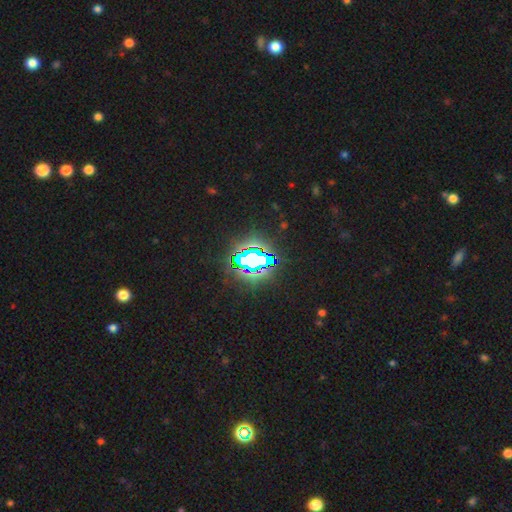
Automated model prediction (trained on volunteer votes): This is likely a star or artifact rather than a galaxy (78%).